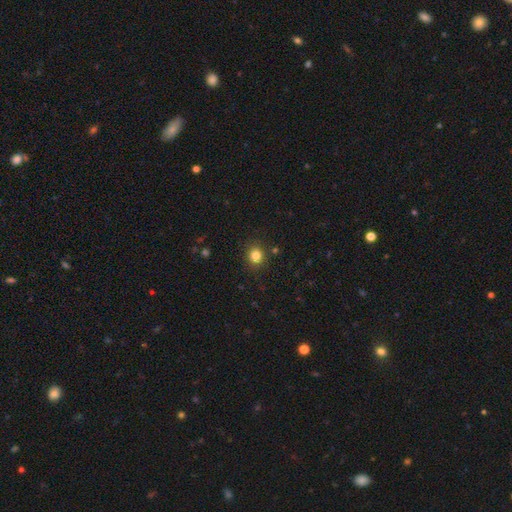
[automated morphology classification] smooth_or_featured: smooth (p=0.82) [alt: star or artifact p=0.13]
how_rounded: round (p=0.82) [alt: in between p=0.17]
merging: none (p=0.88) [alt: minor disturbance p=0.07]